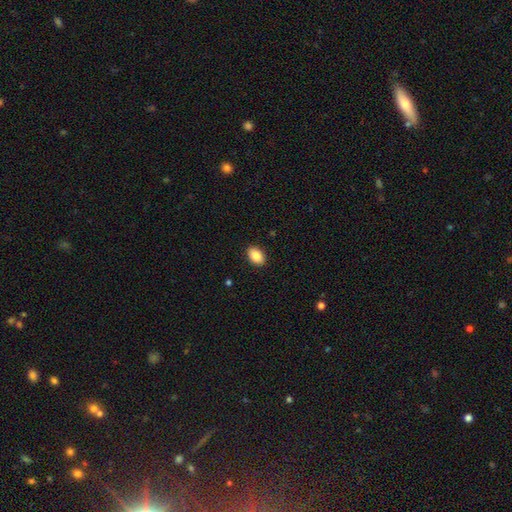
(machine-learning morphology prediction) type=smooth (88%); roundness=in between (88%); merging=none (90%).